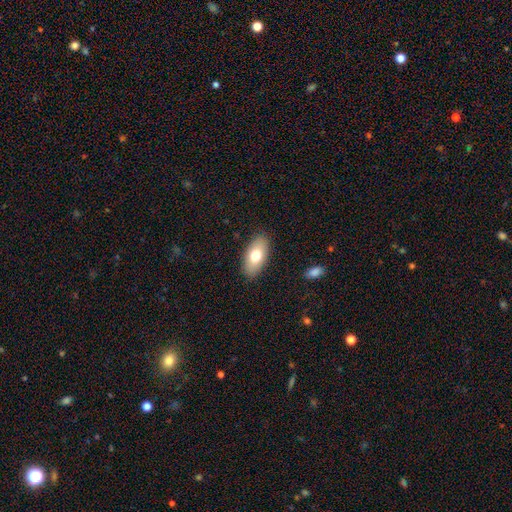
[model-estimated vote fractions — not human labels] smooth_or_featured: smooth (p=0.73) [alt: featured or disk p=0.20]
how_rounded: in between (p=0.92) [alt: cigar-shaped p=0.05]
merging: none (p=0.88) [alt: minor disturbance p=0.09]